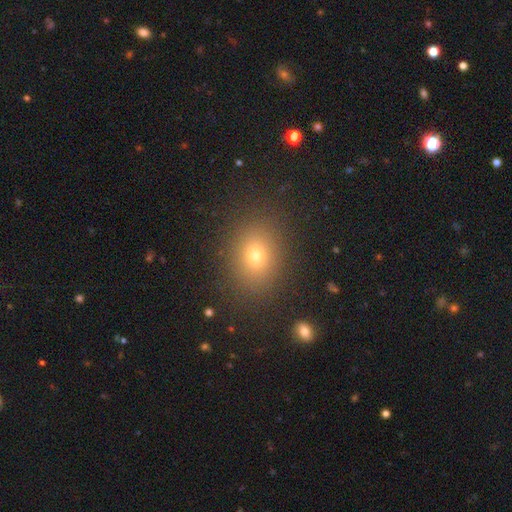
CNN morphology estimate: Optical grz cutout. It shows a smooth galaxy with no disk features (73%) that is in between round and cigar-shaped (54%). Merging: none (87%).